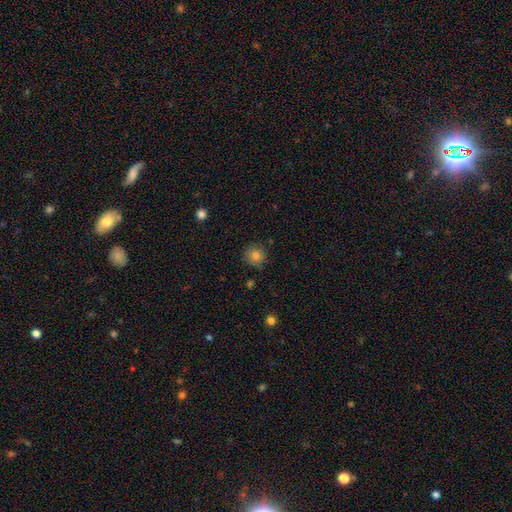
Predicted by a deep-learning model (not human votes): Morphology: type=smooth (82%); roundness=round (90%); merging=none (82%).